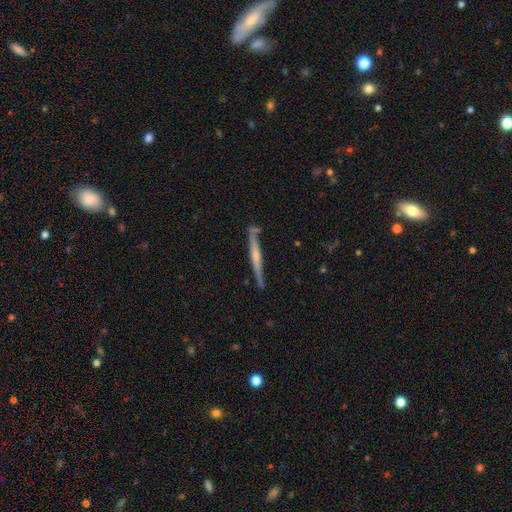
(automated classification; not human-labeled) A featured or disk galaxy (65%) viewed edge-on (97%) with a rounded central bulge (55%). Merging: none (80%).